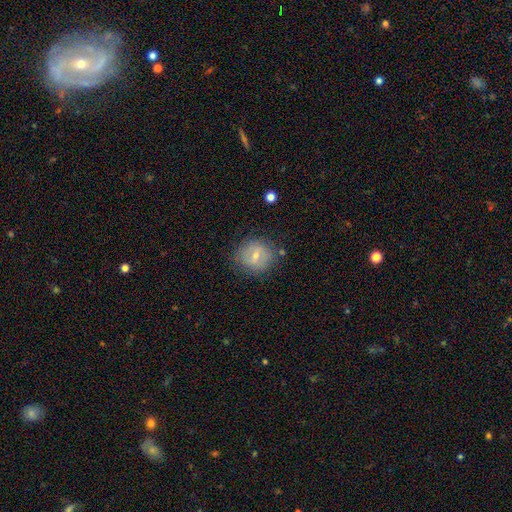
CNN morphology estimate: This appears to be a smooth galaxy with no disk features (53%) that is round (83%). Merging: none (78%).